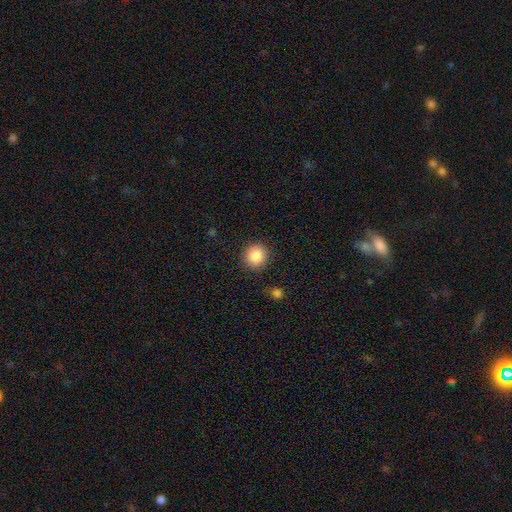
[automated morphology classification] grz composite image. It shows a smooth galaxy with no disk features (87%) that is round (91%). Merging: none (88%).